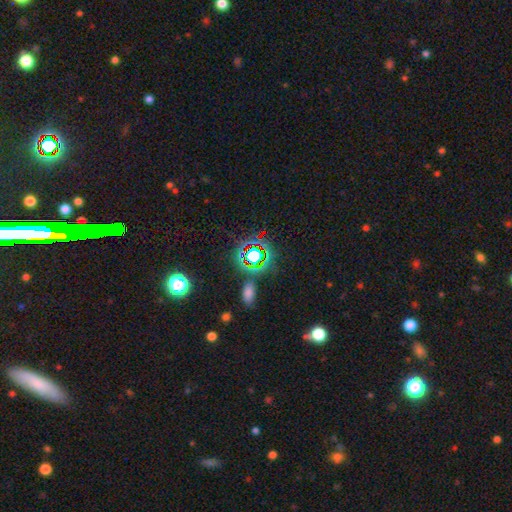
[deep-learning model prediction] Smooth or featured: star or artifact — 74% (smooth — 17%)